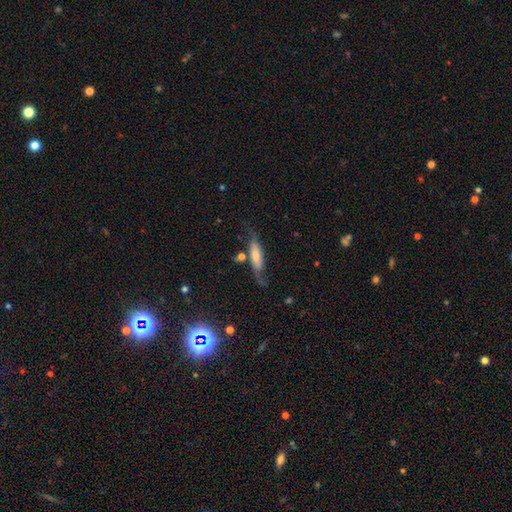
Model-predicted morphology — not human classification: A featured or disk galaxy (54%).

Vote fractions:
- Smooth or featured? featured or disk: 54% / smooth: 39% / star or artifact: 7%
- Edge-on disk? no: 67% / yes: 33%
- Merging? none: 57% / minor disturbance: 23% / major disturbance: 14% / merger: 6%